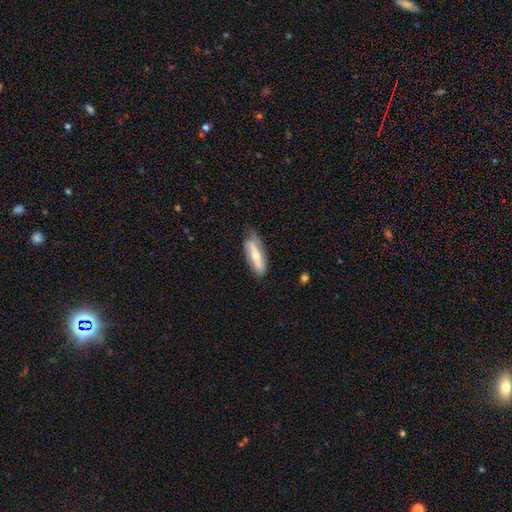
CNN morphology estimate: Smooth or featured?
  - featured or disk: 58% *
  - smooth: 37%
  - star or artifact: 5%
Edge-on disk?
  - no: 58% *
  - yes: 42%
Merging?
  - none: 72% *
  - minor disturbance: 22%
  - major disturbance: 5%
  - merger: 2%